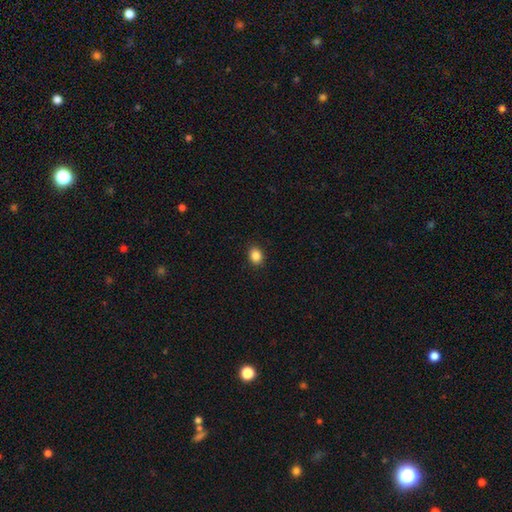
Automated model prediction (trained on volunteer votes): Smooth or featured?
  - smooth: 87% *
  - star or artifact: 10%
  - featured or disk: 3%
How rounded?
  - in between: 51% *
  - round: 48%
  - cigar-shaped: 1%
Merging?
  - none: 90% *
  - minor disturbance: 7%
  - major disturbance: 2%
  - merger: 1%